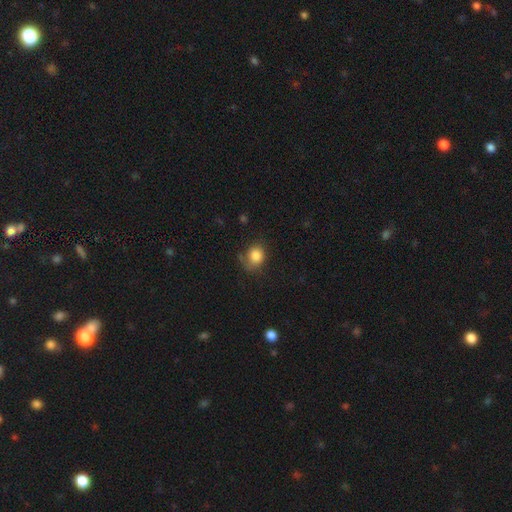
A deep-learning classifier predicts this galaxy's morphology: type=smooth (84%); roundness=round (66%); merging=none (59%).